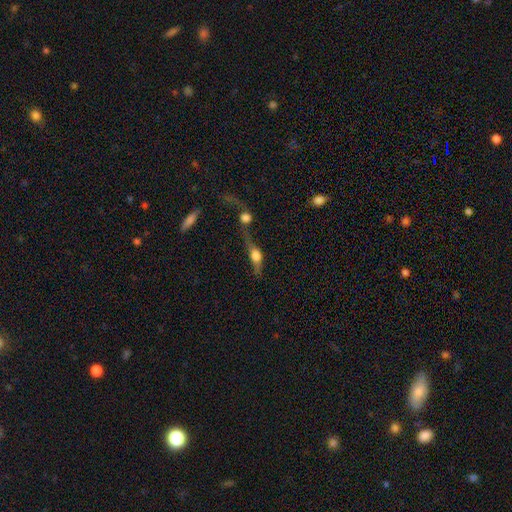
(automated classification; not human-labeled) Q: Smooth or featured?
A: smooth (44%); tied with: featured or disk (44%)
Q: Merging?
A: merger (55%); runner-up: none (22%)